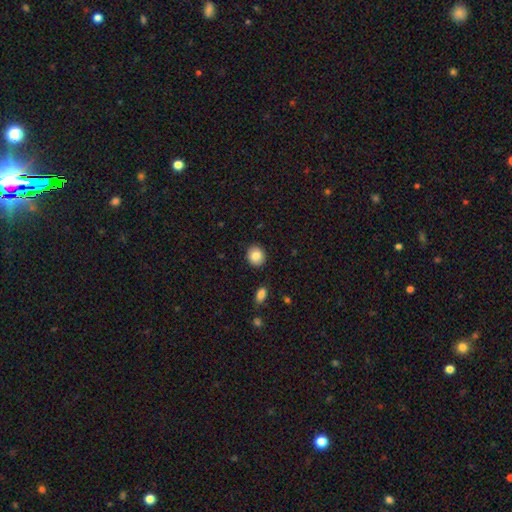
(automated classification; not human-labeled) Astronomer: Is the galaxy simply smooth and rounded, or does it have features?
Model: smooth — 85%.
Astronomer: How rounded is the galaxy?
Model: round — 77%.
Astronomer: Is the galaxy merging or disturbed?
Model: none — 90%.